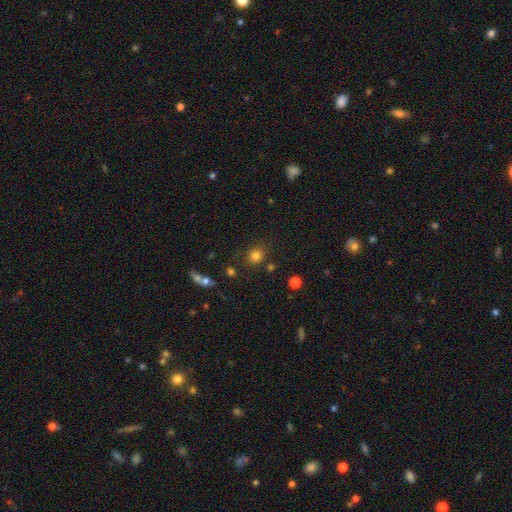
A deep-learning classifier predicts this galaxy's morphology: The model was most divided on "smooth or featured": smooth: 79%, star or artifact: 14%, featured or disk: 6%. More confident: how rounded — round (85%); merging — none (80%).